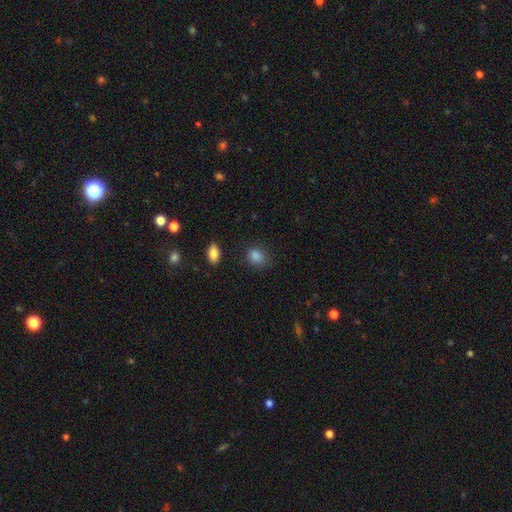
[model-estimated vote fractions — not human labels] A smooth galaxy with no disk features (86%) that is in between round and cigar-shaped (56%).

Vote fractions:
- Smooth or featured? smooth: 86% / star or artifact: 10% / featured or disk: 4%
- How rounded? in between: 56% / round: 42% / cigar-shaped: 1%
- Merging? none: 73% / minor disturbance: 19% / major disturbance: 5% / merger: 2%